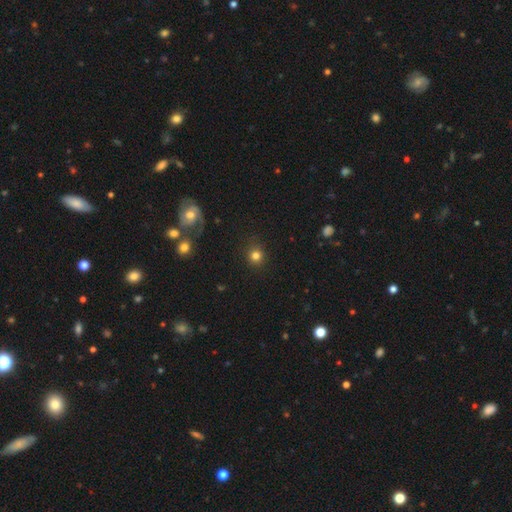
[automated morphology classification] Smooth or featured? smooth (81%)
How rounded? round (90%)
Merging? none (87%)